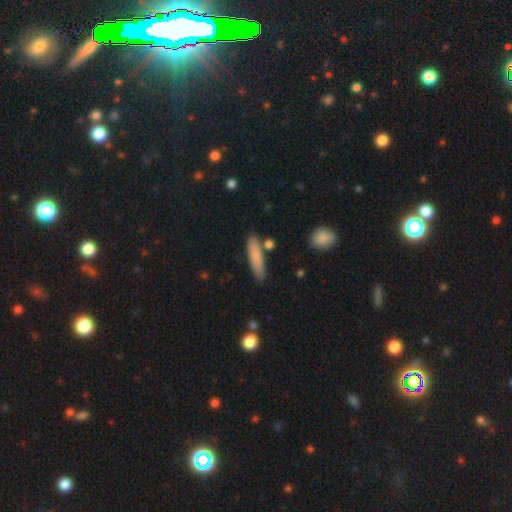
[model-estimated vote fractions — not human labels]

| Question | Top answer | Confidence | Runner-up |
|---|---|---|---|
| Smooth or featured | smooth | 81% | featured or disk (13%) |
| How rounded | cigar-shaped | 81% | in between (17%) |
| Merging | none | 82% | minor disturbance (10%) |